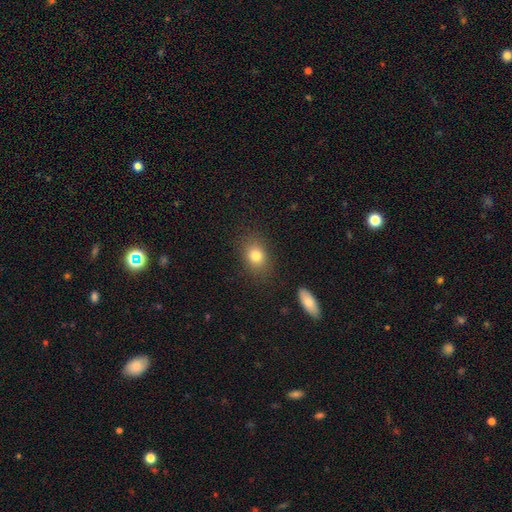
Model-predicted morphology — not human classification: Overall: smooth (79%). How rounded: in between (57%; round 41%). Merging: none (84%).